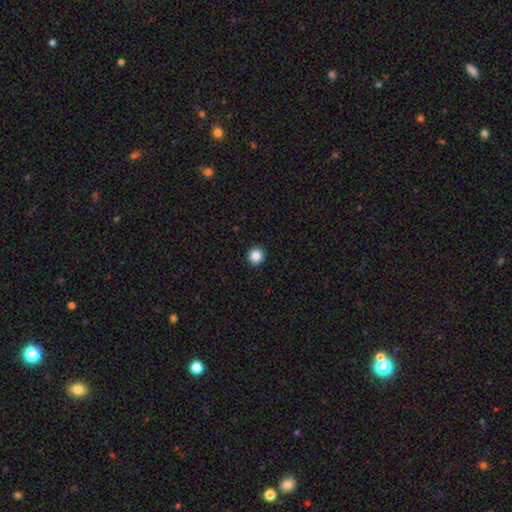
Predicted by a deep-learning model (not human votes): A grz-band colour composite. It shows a smooth galaxy with no disk features (86%) that is round (93%). Merging: none (93%).